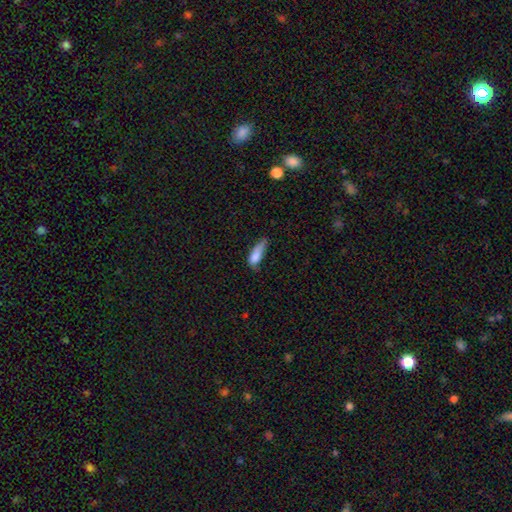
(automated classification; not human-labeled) Smooth or featured?
  - smooth: 79% *
  - featured or disk: 13%
  - star or artifact: 8%
How rounded?
  - in between: 53% *
  - cigar-shaped: 45%
  - round: 3%
Merging?
  - minor disturbance: 41% *
  - none: 30%
  - major disturbance: 23%
  - merger: 5%